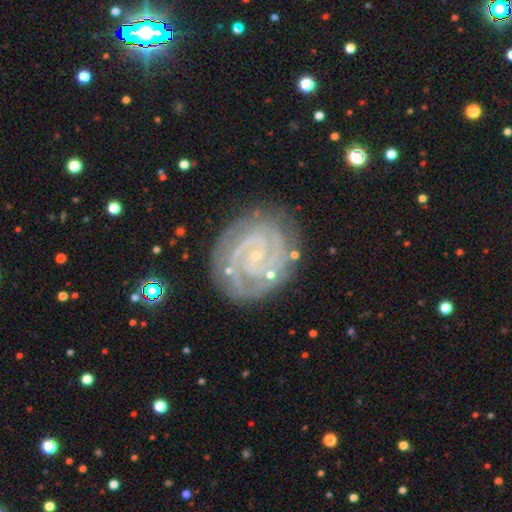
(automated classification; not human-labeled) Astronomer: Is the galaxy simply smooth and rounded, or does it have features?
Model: featured or disk — 88%.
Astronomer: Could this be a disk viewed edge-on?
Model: no — 98%.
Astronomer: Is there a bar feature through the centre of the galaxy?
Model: no — 56%.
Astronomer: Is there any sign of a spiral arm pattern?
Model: yes — 98%.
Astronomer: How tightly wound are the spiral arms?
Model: tight — 76%.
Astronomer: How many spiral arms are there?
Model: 2 — 53%.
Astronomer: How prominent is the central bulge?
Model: small — 85%.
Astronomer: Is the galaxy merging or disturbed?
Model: none — 78%.